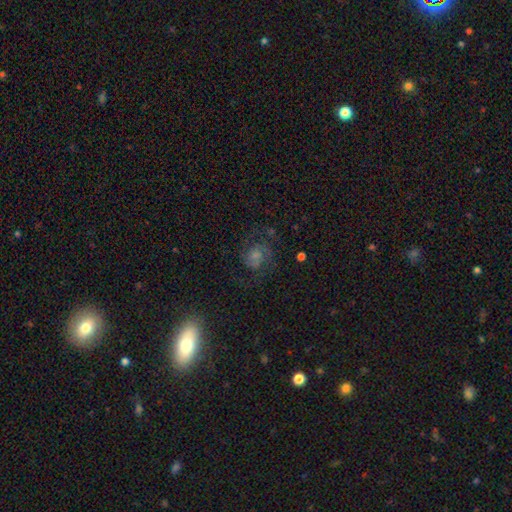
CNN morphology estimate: type=featured or disk (66%); edge-on=no (97%); bar=no (61%); spiral arms=yes (92%); winding=medium (51%); arm count=2 (81%); bulge=small (41%); merging=none (73%).